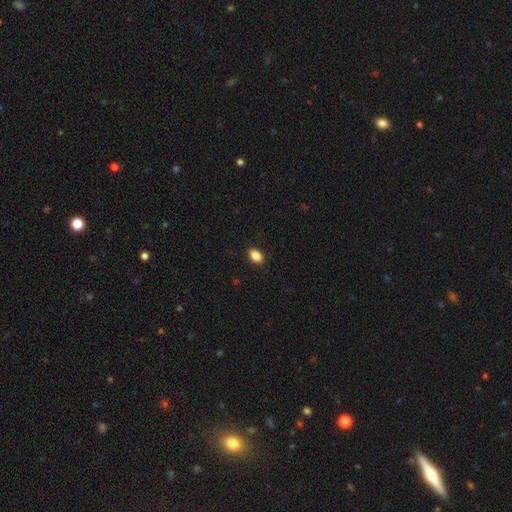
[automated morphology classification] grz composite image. It shows a smooth galaxy with no disk features (87%) that is in between round and cigar-shaped (84%). Merging: none (90%).